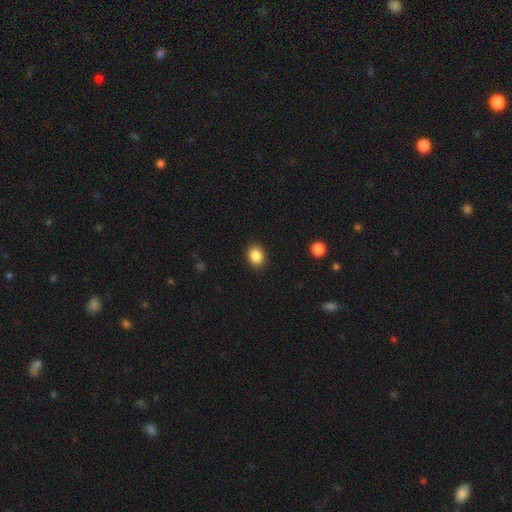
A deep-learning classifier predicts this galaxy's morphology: Smooth or featured? Predicted: smooth (p=0.87). How rounded? Predicted: in between (p=0.53). Merging? Predicted: none (p=0.89).